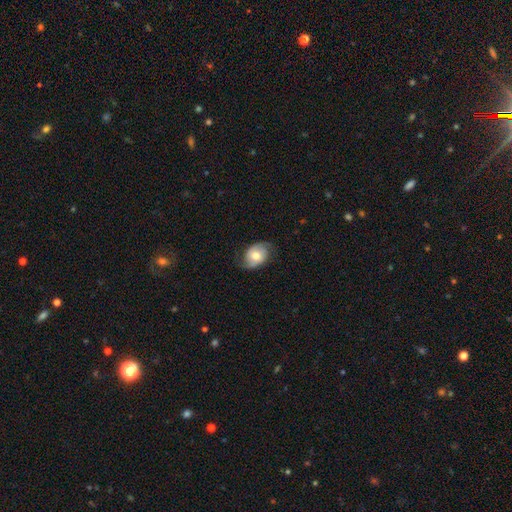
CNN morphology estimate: Smooth or featured: featured or disk — 52% (smooth — 40%)
Edge-on disk: no — 95% (yes — 5%)
Merging: none — 72% (minor disturbance — 20%)